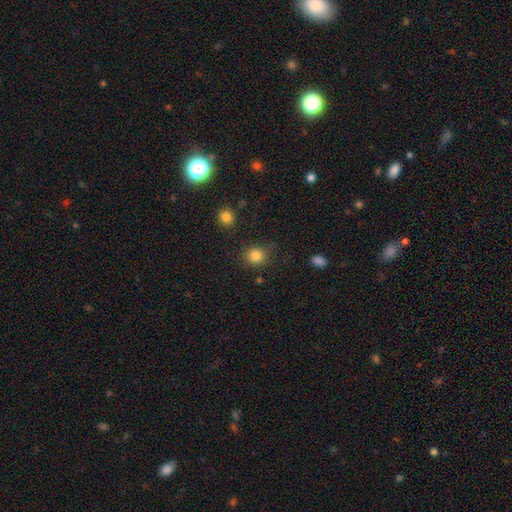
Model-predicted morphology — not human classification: Smooth or featured? Predicted: smooth (p=0.84). How rounded? Predicted: round (p=0.86). Merging? Predicted: none (p=0.82).